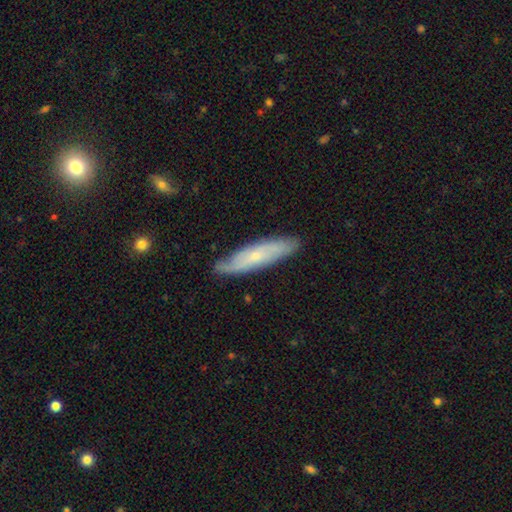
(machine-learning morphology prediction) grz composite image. It shows a featured or disk galaxy (56%). Merging: none (78%).